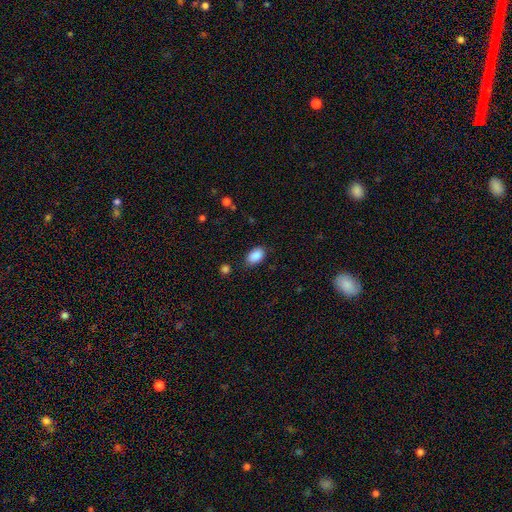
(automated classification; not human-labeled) Morphology: type=smooth (89%); roundness=in between (90%); merging=none (80%).